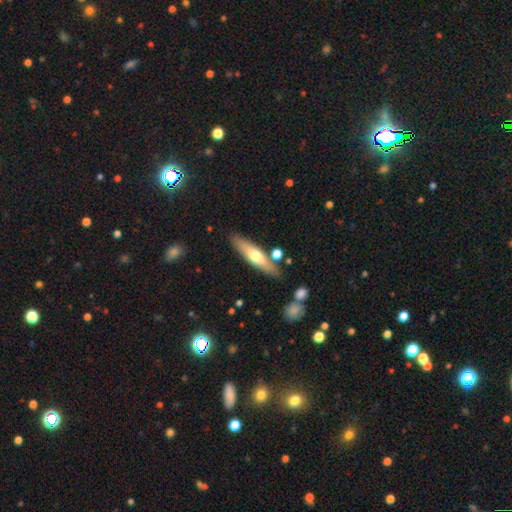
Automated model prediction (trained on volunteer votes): This appears to be a smooth galaxy with no disk features (52%) that is cigar-shaped (74%). Merging: none (82%).